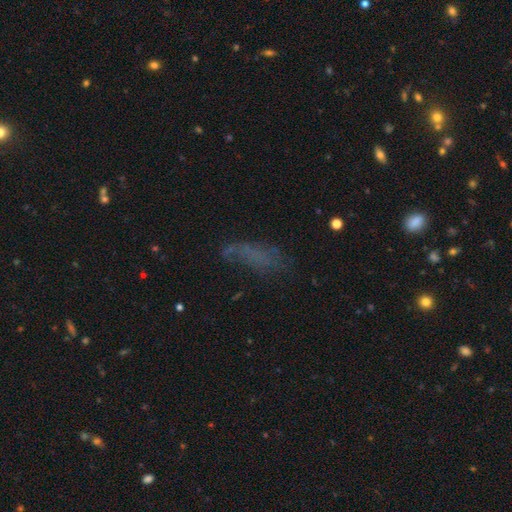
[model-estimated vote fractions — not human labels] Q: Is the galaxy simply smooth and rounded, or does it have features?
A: smooth — 52%.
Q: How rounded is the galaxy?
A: in between — 56%.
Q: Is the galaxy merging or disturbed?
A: none — 50%.